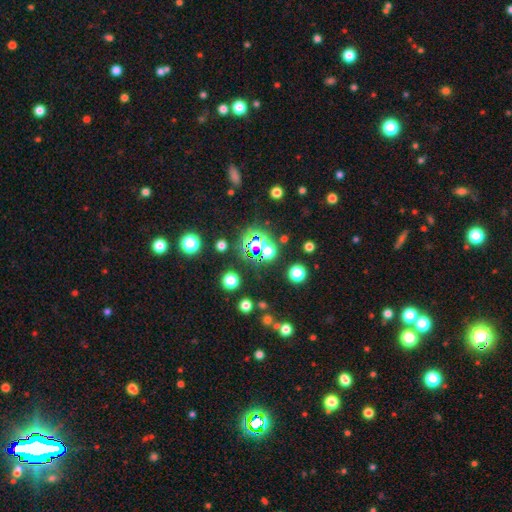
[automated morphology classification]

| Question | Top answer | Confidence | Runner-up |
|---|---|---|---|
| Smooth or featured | star or artifact | 69% | smooth (21%) |